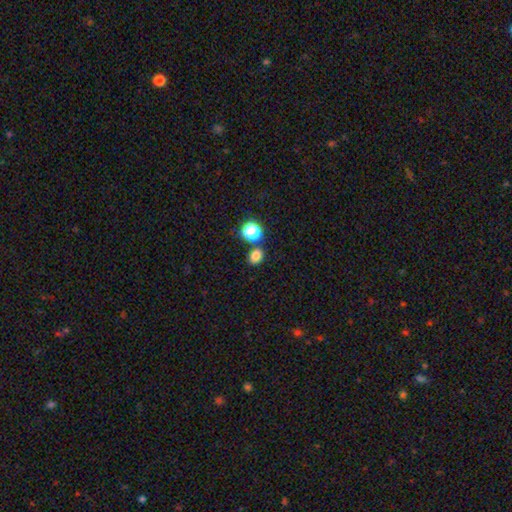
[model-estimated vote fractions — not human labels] Smooth or featured? Predicted: smooth (p=0.80). How rounded? Predicted: round (p=0.57). Merging? Predicted: none (p=0.77).